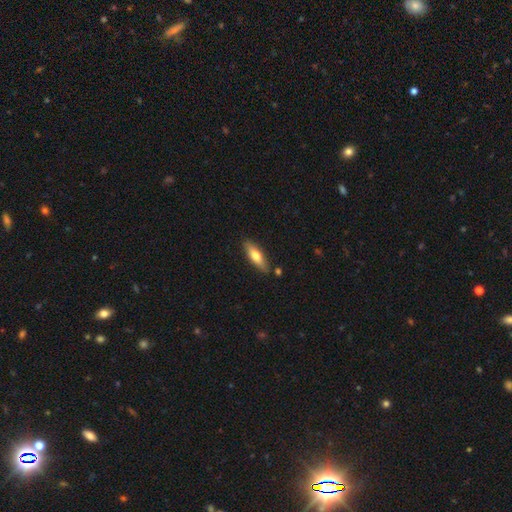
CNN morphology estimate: smooth_or_featured: smooth (p=0.64) [alt: featured or disk p=0.30]
how_rounded: cigar-shaped (p=0.53) [alt: in between p=0.45]
merging: none (p=0.81) [alt: minor disturbance p=0.13]